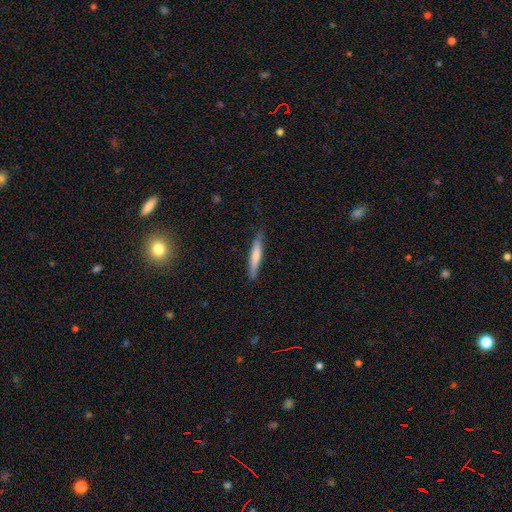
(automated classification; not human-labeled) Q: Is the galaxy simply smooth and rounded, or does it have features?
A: smooth — 69%.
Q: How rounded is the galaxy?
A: cigar-shaped — 91%.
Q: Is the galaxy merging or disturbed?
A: none — 80%.